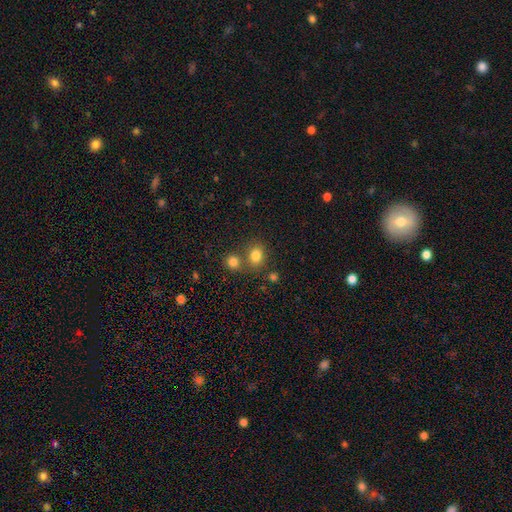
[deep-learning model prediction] Smooth or featured? smooth (80%)
How rounded? round (58%)
Merging? none (58%)